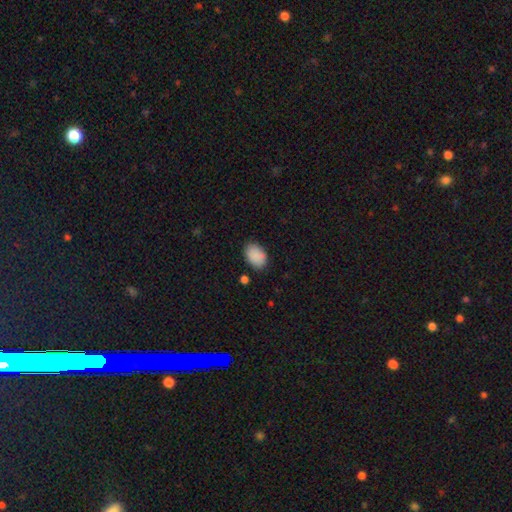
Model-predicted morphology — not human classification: Smooth or featured? Predicted: smooth (p=0.90). How rounded? Predicted: in between (p=0.83). Merging? Predicted: none (p=0.83).